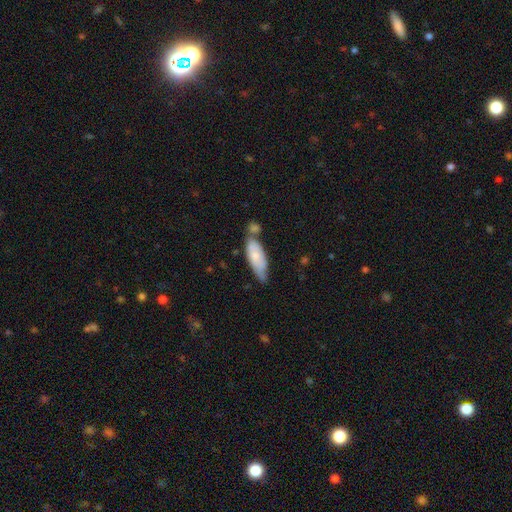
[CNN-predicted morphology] The model was most divided on "merging": none: 40%, merger: 28%, minor disturbance: 25%, major disturbance: 7%. More confident: smooth or featured — smooth (64%); how rounded — in between (62%).